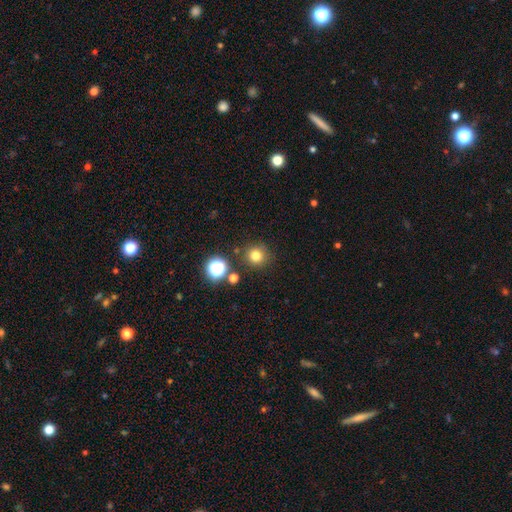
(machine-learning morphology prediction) smooth-or-featured: smooth: 76% | star or artifact: 17% | featured or disk: 6%
  how-rounded: round: 93% | in between: 6% | cigar-shaped: 1%
  merging: none: 84% | minor disturbance: 8% | merger: 5% | major disturbance: 3%